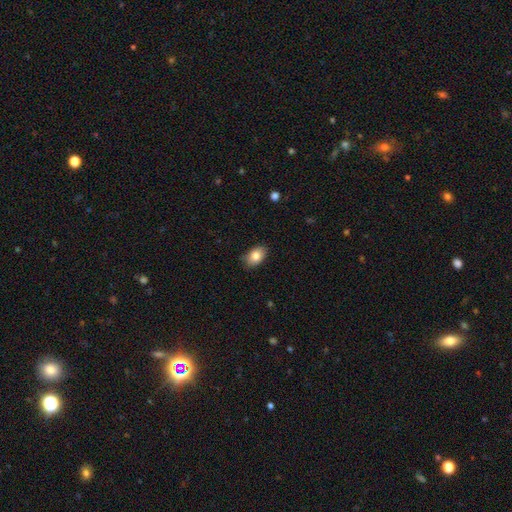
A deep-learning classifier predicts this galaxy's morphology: A smooth galaxy with no disk features (82%) that is in between round and cigar-shaped (87%). Merging: none (85%).